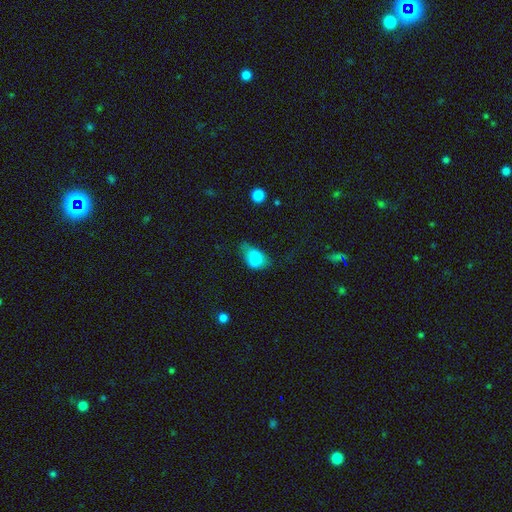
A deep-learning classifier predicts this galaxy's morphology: smooth-or-featured: smooth: 70% | featured or disk: 19% | star or artifact: 11%
  how-rounded: in between: 80% | round: 17% | cigar-shaped: 3%
  merging: merger: 31% | none: 26% | minor disturbance: 25% | major disturbance: 17%